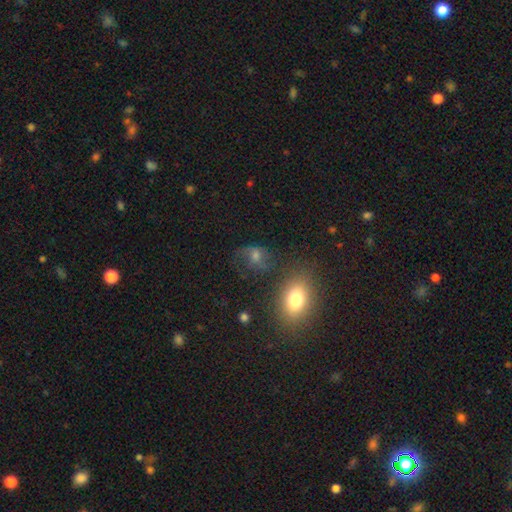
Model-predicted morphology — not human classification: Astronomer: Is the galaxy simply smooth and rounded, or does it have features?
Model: featured or disk — 41% (runner-up: smooth, 37%).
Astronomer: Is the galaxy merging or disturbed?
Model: none — 59%.